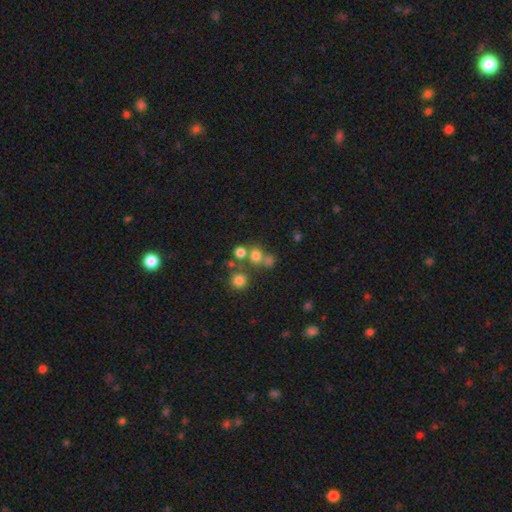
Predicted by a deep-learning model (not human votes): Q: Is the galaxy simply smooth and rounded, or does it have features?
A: smooth — 69%.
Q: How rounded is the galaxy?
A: round — 82%.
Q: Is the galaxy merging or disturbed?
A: none — 56%.